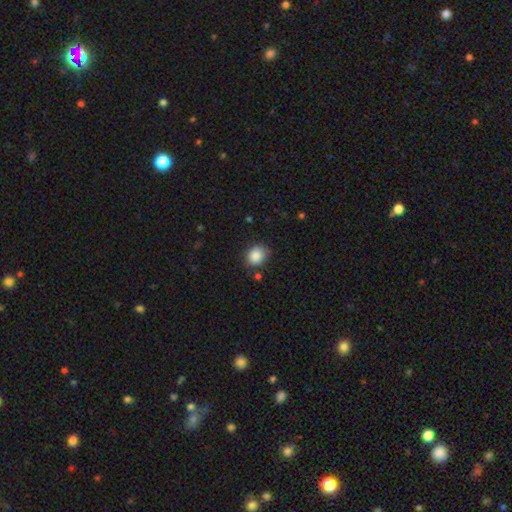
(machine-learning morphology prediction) type=smooth (87%); roundness=round (60%); merging=none (74%).